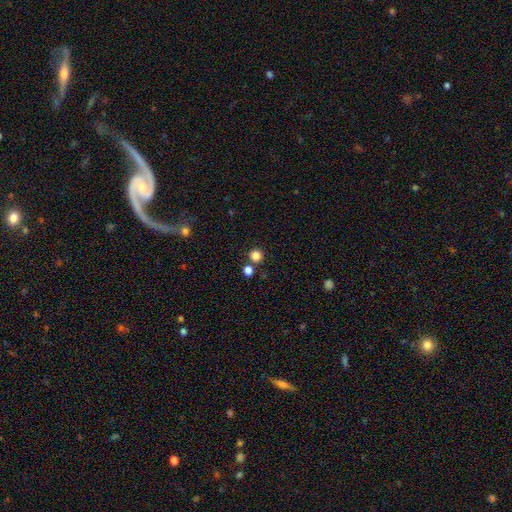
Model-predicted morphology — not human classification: A smooth galaxy with no disk features (82%) that is round (94%). Merging: none (79%).